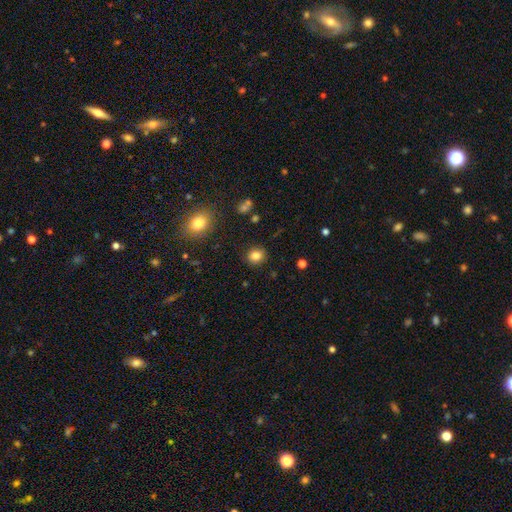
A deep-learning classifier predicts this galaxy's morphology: The model was most divided on "how rounded": round: 82%, in between: 17%, cigar-shaped: 1%. More confident: merging — none (90%); smooth or featured — smooth (83%).